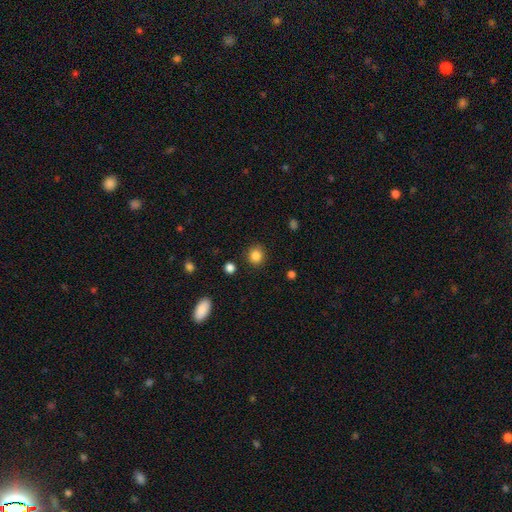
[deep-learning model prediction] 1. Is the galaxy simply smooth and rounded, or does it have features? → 86% smooth, 11% star or artifact, 4% featured or disk.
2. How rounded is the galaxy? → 87% round, 12% in between, 1% cigar-shaped.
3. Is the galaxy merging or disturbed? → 87% none, 8% minor disturbance, 3% major disturbance, 2% merger.